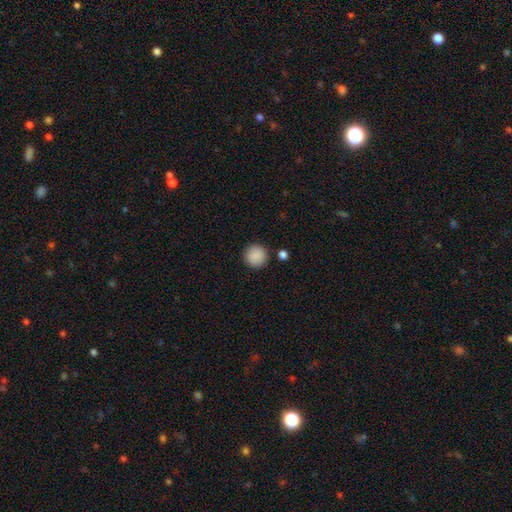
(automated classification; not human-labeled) The model was most divided on "smooth or featured": smooth: 89%, star or artifact: 8%, featured or disk: 3%. More confident: how rounded — round (95%); merging — none (89%).